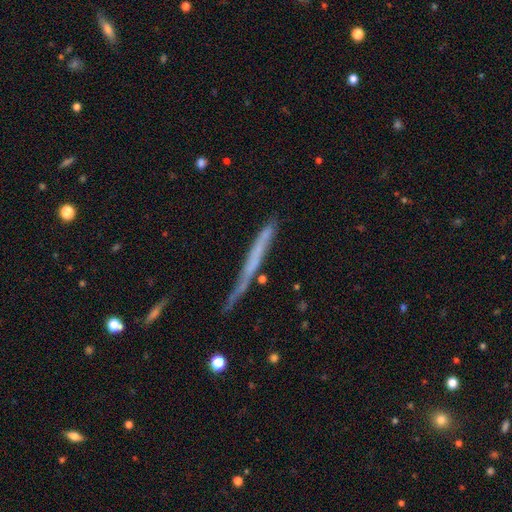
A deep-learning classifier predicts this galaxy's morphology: Smooth or featured: featured or disk — 47% (smooth — 44%)
Merging: none — 68% (minor disturbance — 22%)